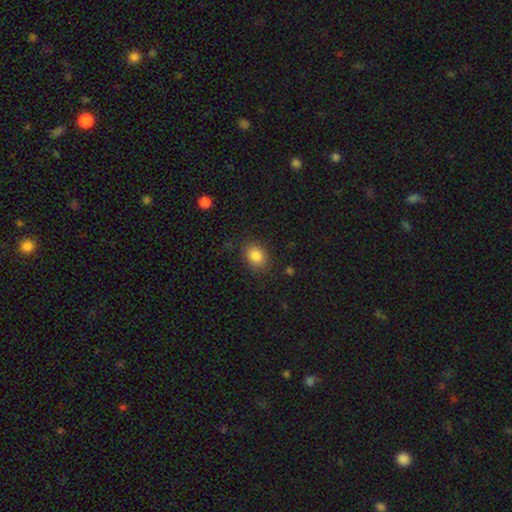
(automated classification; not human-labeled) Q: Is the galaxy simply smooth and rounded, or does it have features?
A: smooth — 86%.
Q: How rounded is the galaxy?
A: in between — 56%.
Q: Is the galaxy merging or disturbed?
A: none — 82%.